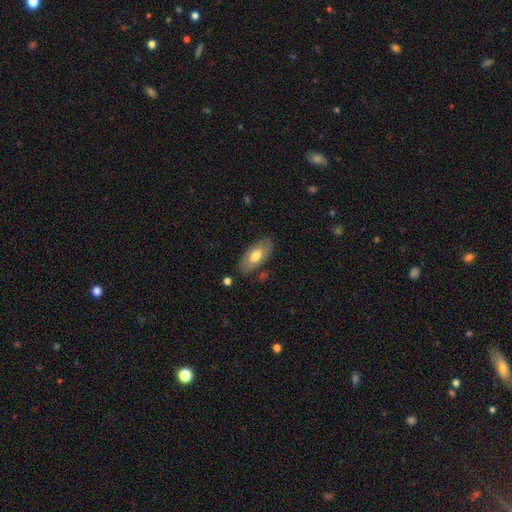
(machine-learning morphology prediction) Smooth or featured? smooth (68%)
How rounded? in between (91%)
Merging? none (80%)